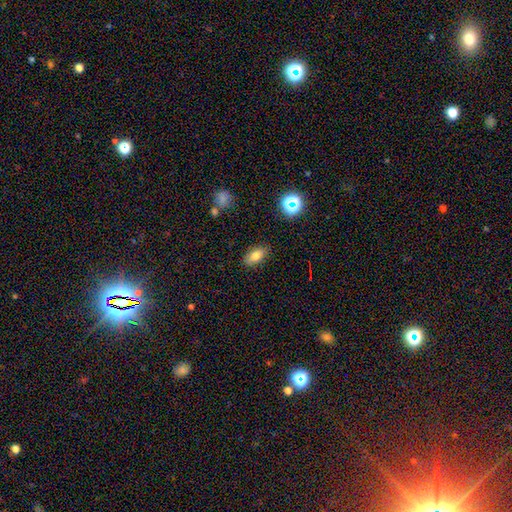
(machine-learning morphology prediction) Smooth or featured? Predicted: smooth (p=0.76). How rounded? Predicted: in between (p=0.88). Merging? Predicted: none (p=0.86).